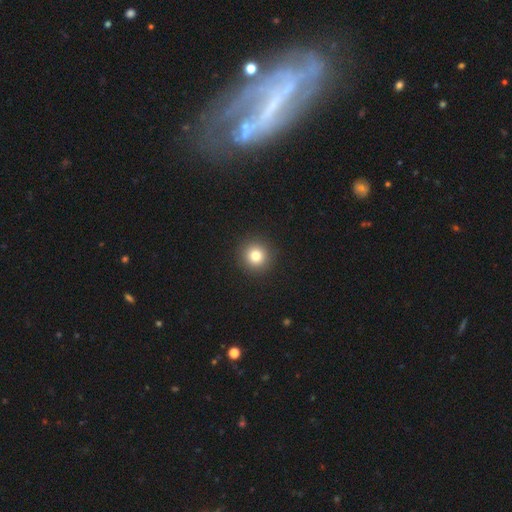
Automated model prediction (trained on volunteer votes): A smooth galaxy with no disk features (80%) that is round (94%).

Vote fractions:
- Smooth or featured? smooth: 80% / star or artifact: 12% / featured or disk: 8%
- How rounded? round: 94% / in between: 5% / cigar-shaped: 1%
- Merging? none: 93% / minor disturbance: 5% / major disturbance: 2% / merger: 1%